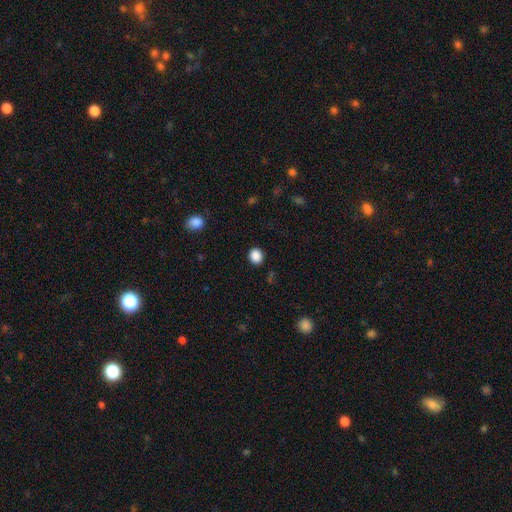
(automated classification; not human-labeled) Smooth or featured: smooth — 87% (star or artifact — 10%)
How rounded: round — 73% (in between — 26%)
Merging: none — 89% (minor disturbance — 7%)